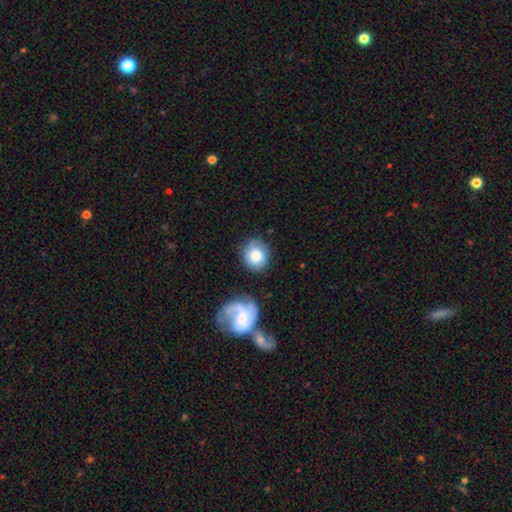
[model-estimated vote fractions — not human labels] smooth_or_featured: smooth (p=0.66) [alt: featured or disk p=0.26]
how_rounded: round (p=0.80) [alt: in between p=0.19]
merging: none (p=0.70) [alt: minor disturbance p=0.18]